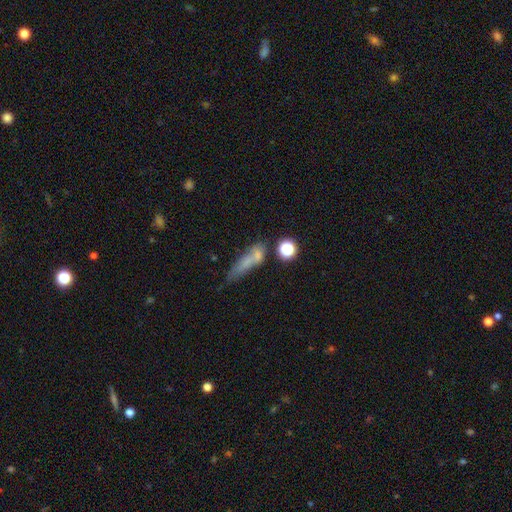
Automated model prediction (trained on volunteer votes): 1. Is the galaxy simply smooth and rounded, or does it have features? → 62% smooth, 22% featured or disk, 16% star or artifact.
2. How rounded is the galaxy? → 54% cigar-shaped, 33% in between, 13% round.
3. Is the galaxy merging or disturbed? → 41% none, 25% merger, 18% minor disturbance, 16% major disturbance.